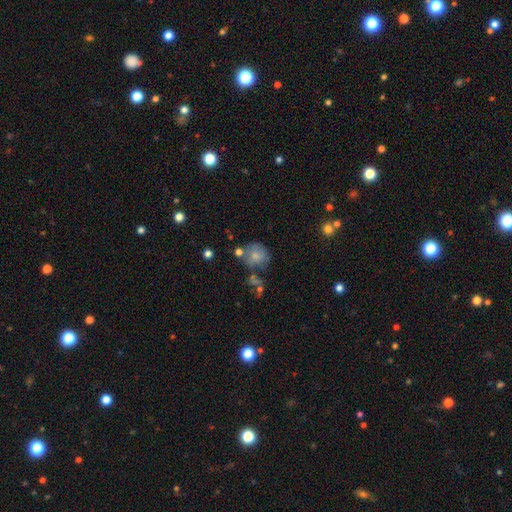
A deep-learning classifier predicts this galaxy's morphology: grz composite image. It shows a smooth galaxy with no disk features (67%) that is round (70%). Merging: none (45%).